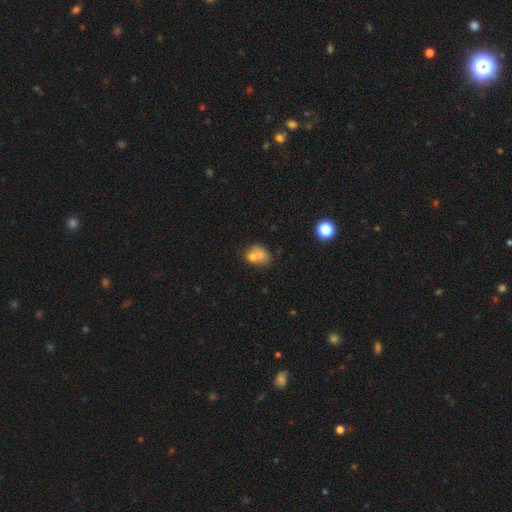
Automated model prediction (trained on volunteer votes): The model was most divided on "how rounded": round: 53%, in between: 46%, cigar-shaped: 1%. Remaining: smooth or featured — smooth (70%); merging — merger (47%).